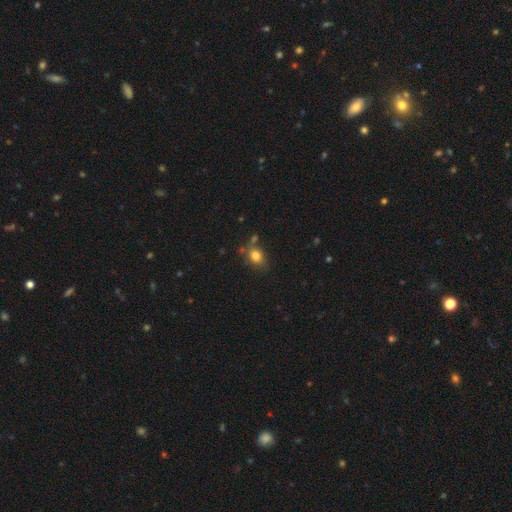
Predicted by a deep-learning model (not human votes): A smooth galaxy with no disk features (81%) that is round (50%). Merging: none (68%).